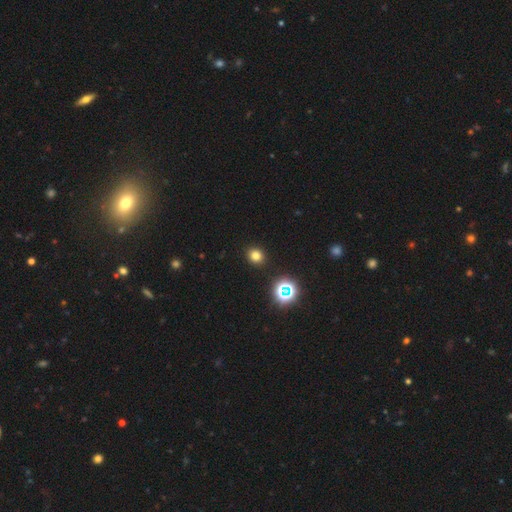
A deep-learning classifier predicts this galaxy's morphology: smooth 76%, star or artifact 18%, featured or disk 6%. Down the decision tree: how rounded — round (81%); merging — none (91%).